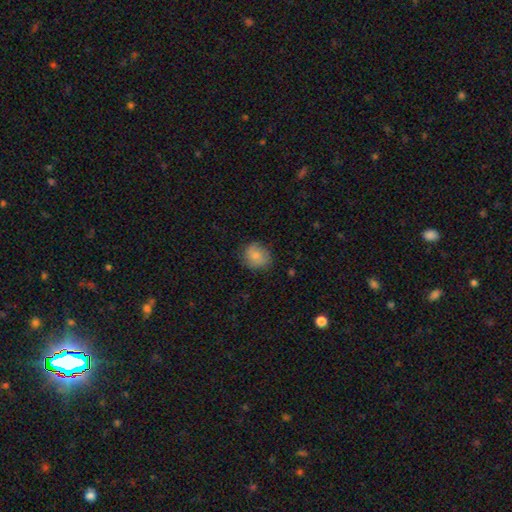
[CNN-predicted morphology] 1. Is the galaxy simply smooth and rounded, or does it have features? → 78% smooth, 15% featured or disk, 8% star or artifact.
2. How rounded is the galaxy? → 74% round, 25% in between, 1% cigar-shaped.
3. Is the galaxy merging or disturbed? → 75% none, 19% minor disturbance, 5% major disturbance, 1% merger.